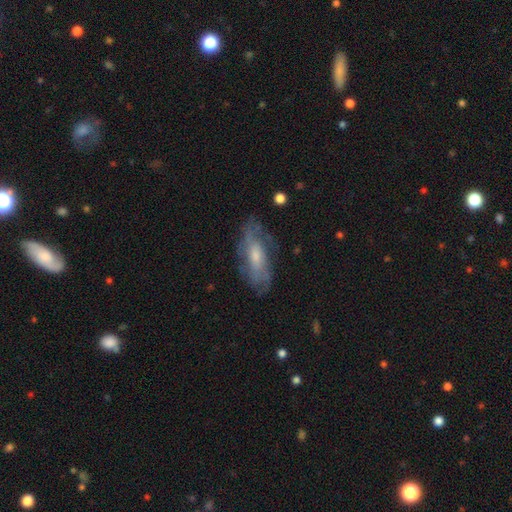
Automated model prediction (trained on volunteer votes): Smooth or featured: featured or disk — 64% (smooth — 29%)
Edge-on disk: no — 84% (yes — 16%)
Bar: no — 65% (weak — 29%)
Spiral arms: yes — 76% (no — 24%)
Bulge size: moderate — 47% (small — 40%)
Merging: none — 71% (minor disturbance — 20%)